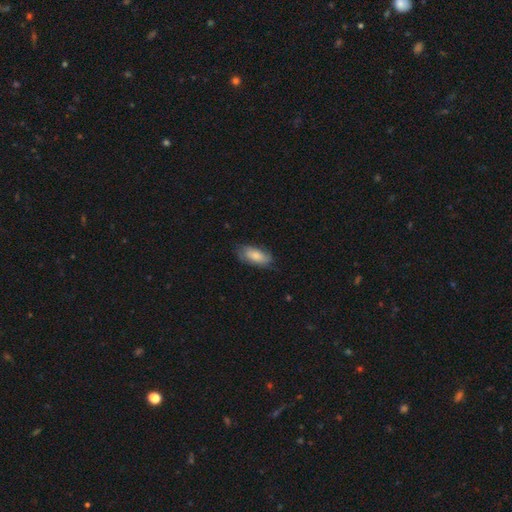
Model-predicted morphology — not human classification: This appears to be a smooth galaxy with no disk features (76%) that is in between round and cigar-shaped (86%). Merging: none (67%).